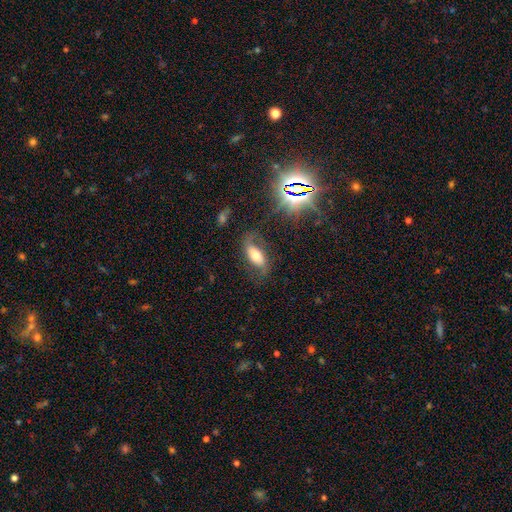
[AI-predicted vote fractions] smooth_or_featured: featured or disk (p=0.47) [alt: smooth p=0.39]
merging: none (p=0.64) [alt: minor disturbance p=0.20]